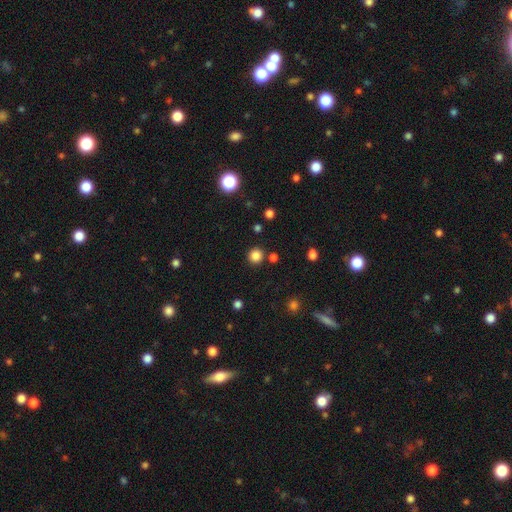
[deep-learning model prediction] Q: Smooth or featured?
A: smooth (83%); runner-up: star or artifact (13%)
Q: How rounded?
A: round (94%); runner-up: in between (5%)
Q: Merging?
A: none (87%); runner-up: minor disturbance (6%)